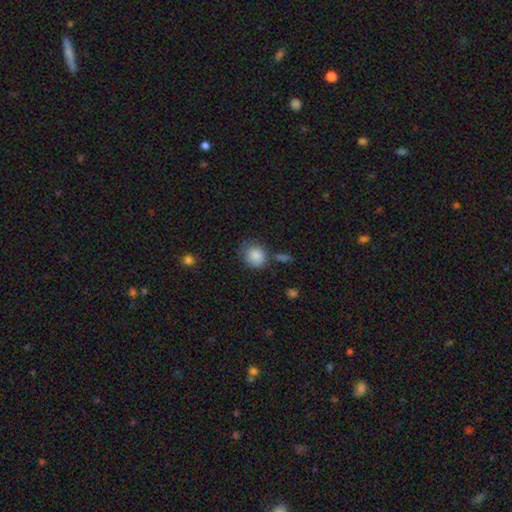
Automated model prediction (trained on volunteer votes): Smooth or featured? smooth (87%)
How rounded? round (69%)
Merging? none (64%)